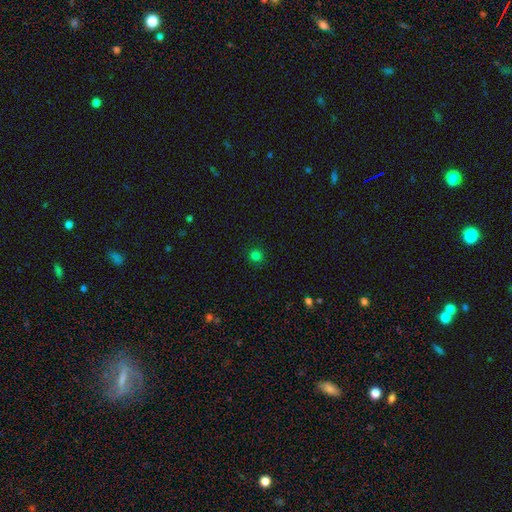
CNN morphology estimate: A smooth galaxy with no disk features (79%) that is round (92%). Merging: none (90%).